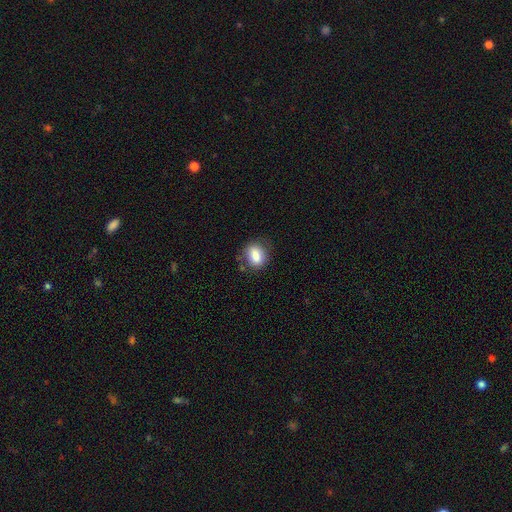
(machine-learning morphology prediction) A smooth galaxy with no disk features (83%) that is in between round and cigar-shaped (60%). Merging: none (76%).